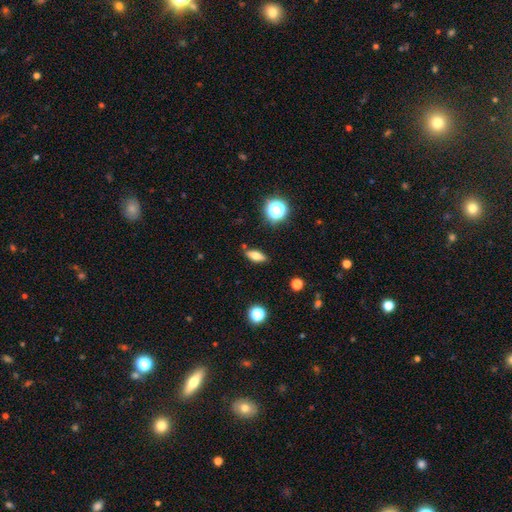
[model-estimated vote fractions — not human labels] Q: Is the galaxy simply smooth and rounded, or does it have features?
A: smooth — 68%.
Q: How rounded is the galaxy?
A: in between — 69%.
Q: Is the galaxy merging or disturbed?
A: none — 84%.